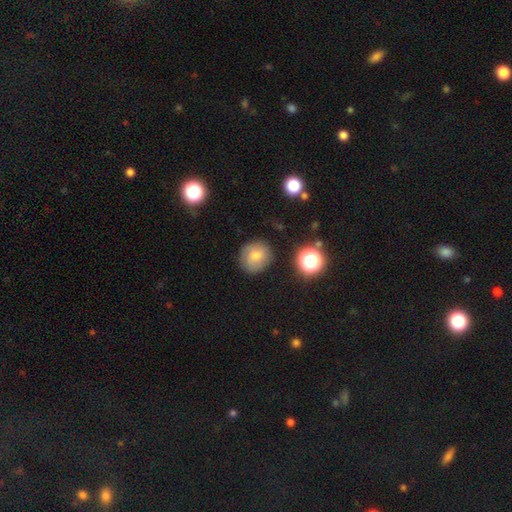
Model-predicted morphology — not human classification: Q: Smooth or featured?
A: smooth (67%); runner-up: featured or disk (22%)
Q: How rounded?
A: round (82%); runner-up: in between (17%)
Q: Merging?
A: none (80%); runner-up: minor disturbance (14%)